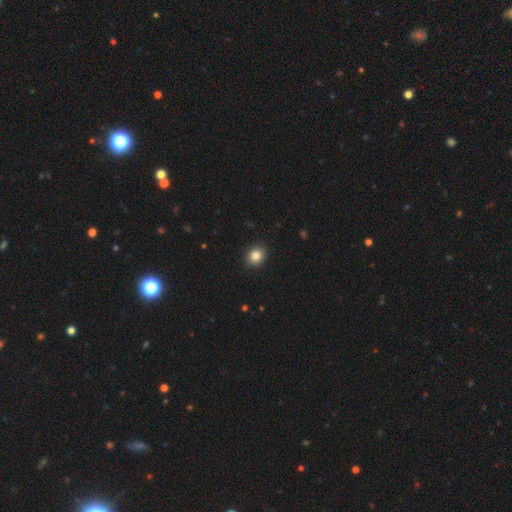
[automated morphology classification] smooth 84%, star or artifact 10%, featured or disk 6%. Down the decision tree: how rounded — round (69%); merging — none (91%).